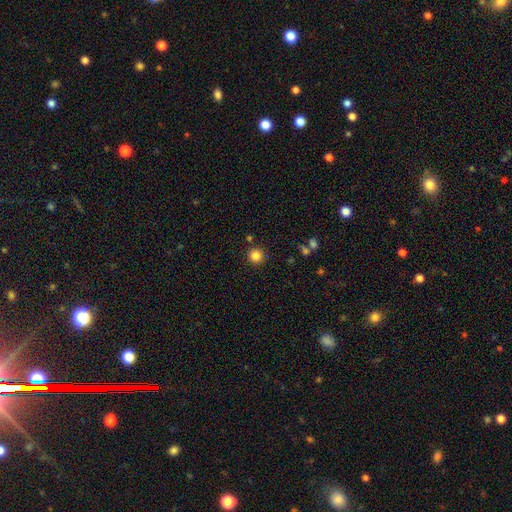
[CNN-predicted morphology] Smooth or featured?
  - smooth: 84% *
  - star or artifact: 12%
  - featured or disk: 4%
How rounded?
  - round: 95% *
  - in between: 4%
  - cigar-shaped: 1%
Merging?
  - none: 89% *
  - minor disturbance: 6%
  - merger: 3%
  - major disturbance: 2%